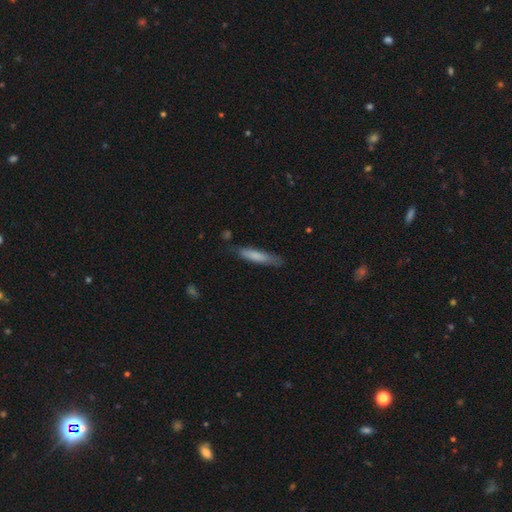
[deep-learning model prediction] smooth-or-featured: smooth: 75% | featured or disk: 20% | star or artifact: 6%
  how-rounded: cigar-shaped: 87% | in between: 12% | round: 1%
  merging: none: 77% | minor disturbance: 18% | major disturbance: 4% | merger: 2%